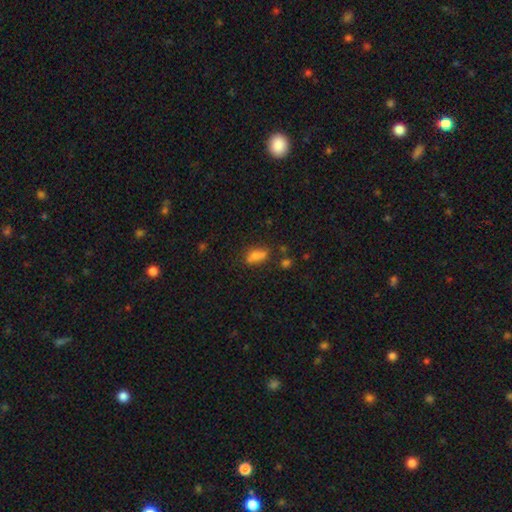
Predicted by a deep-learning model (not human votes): The model was most divided on "merging": none: 51%, minor disturbance: 21%, merger: 19%, major disturbance: 8%. More confident: how rounded — in between (79%); smooth or featured — smooth (68%).